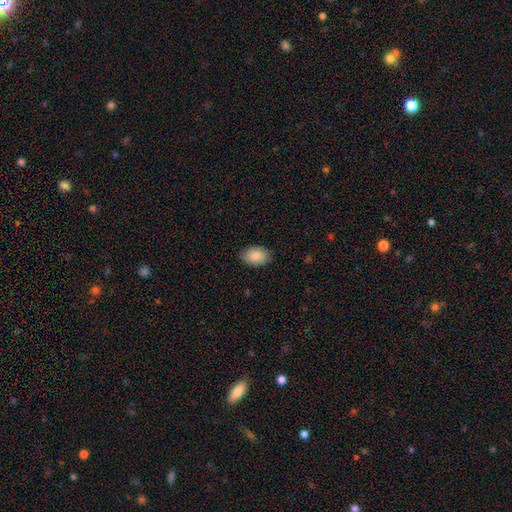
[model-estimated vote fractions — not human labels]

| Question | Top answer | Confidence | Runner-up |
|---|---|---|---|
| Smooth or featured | smooth | 87% | featured or disk (7%) |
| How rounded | in between | 87% | round (12%) |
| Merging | none | 85% | minor disturbance (12%) |